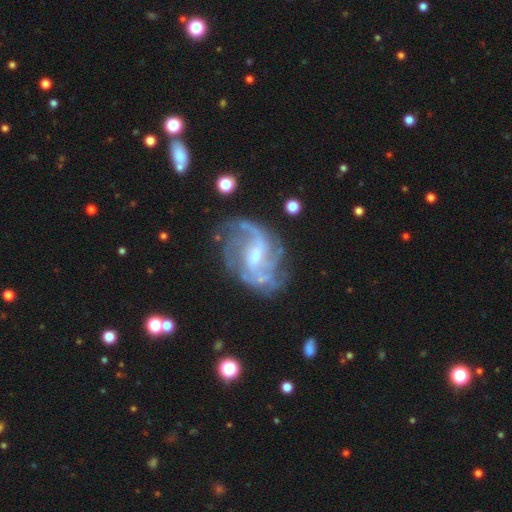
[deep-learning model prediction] Morphology: type=featured or disk (88%); edge-on=no (98%); bar=weak (55%); spiral arms=yes (94%); winding=medium (47%); arm count=2 (37%); bulge=small (52%); merging=none (63%).